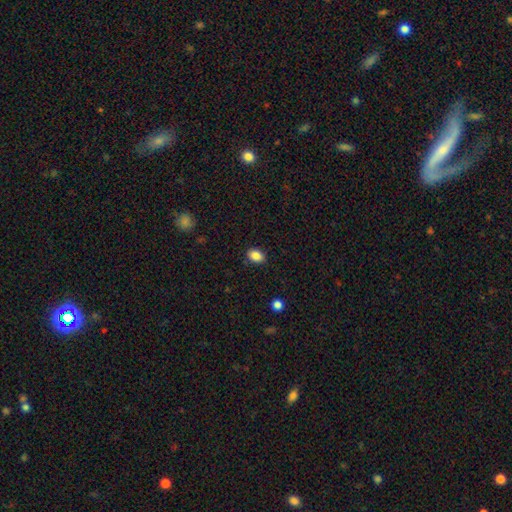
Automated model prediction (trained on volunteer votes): The model was most divided on "how rounded": in between: 75%, round: 24%, cigar-shaped: 1%. More confident: smooth or featured — smooth (87%); merging — none (86%).